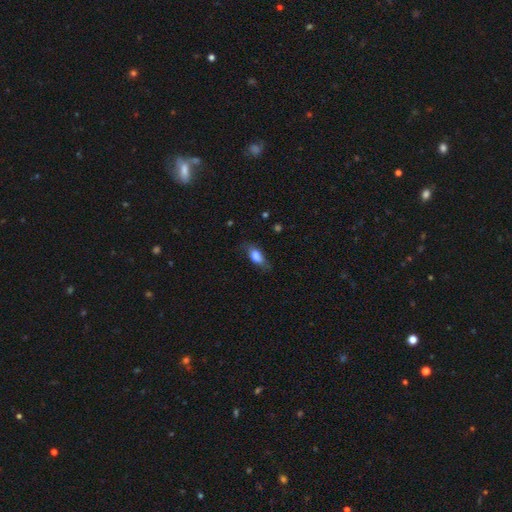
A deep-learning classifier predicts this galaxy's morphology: Smooth or featured: smooth — 73% (featured or disk — 20%)
How rounded: in between — 76% (cigar-shaped — 18%)
Merging: none — 63% (minor disturbance — 26%)